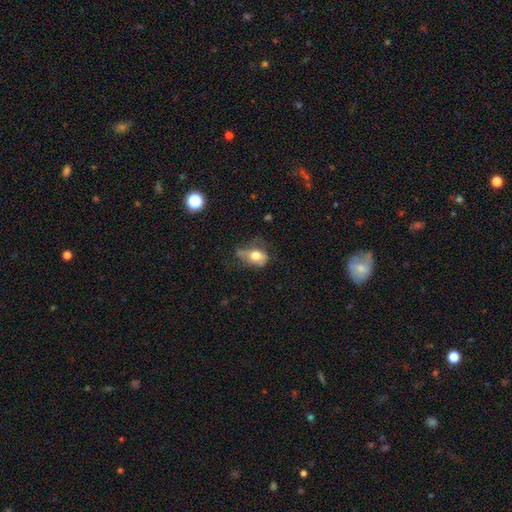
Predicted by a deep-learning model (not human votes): A smooth galaxy with no disk features (64%) that is in between round and cigar-shaped (79%). Merging: minor disturbance (35%, tied with none).